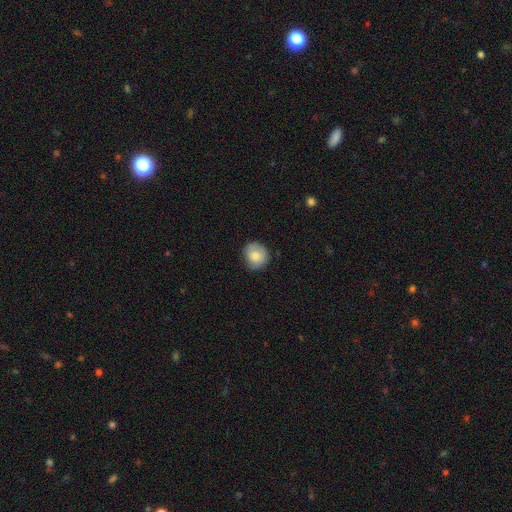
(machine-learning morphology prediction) type=smooth (80%); roundness=round (83%); merging=none (79%).